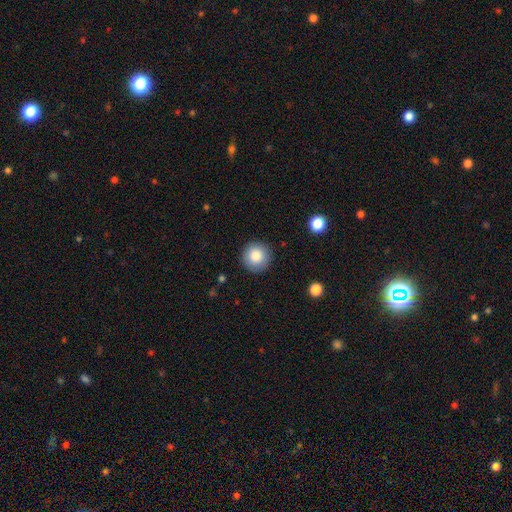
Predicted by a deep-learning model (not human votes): Smooth or featured? Predicted: smooth (p=0.84). How rounded? Predicted: round (p=0.96). Merging? Predicted: none (p=0.90).